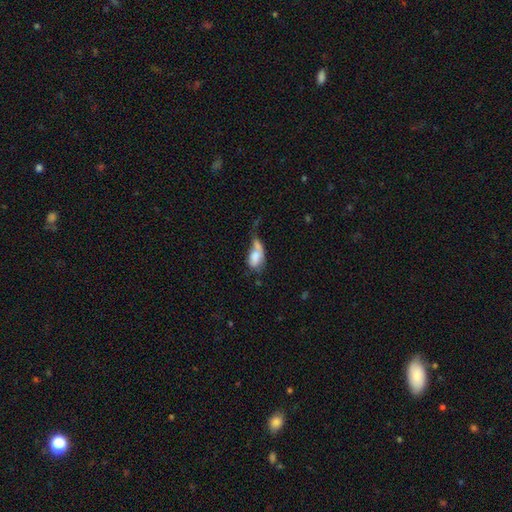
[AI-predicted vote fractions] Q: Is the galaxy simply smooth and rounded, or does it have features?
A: smooth — 69%.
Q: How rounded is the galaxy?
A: in between — 88%.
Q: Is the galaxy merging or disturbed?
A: merger — 36%.